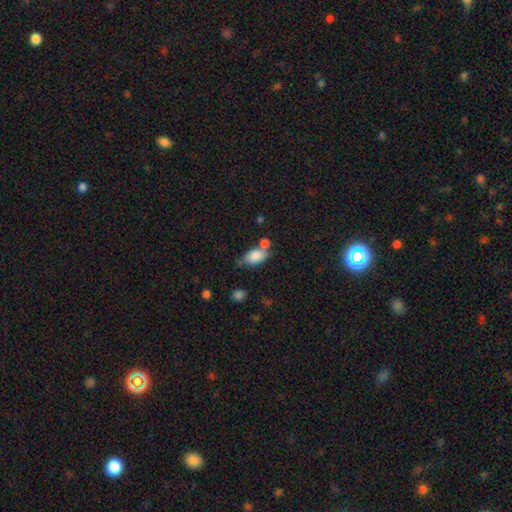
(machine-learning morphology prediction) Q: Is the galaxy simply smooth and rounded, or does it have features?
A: smooth — 83%.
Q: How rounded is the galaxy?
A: in between — 89%.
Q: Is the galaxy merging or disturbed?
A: none — 43%.